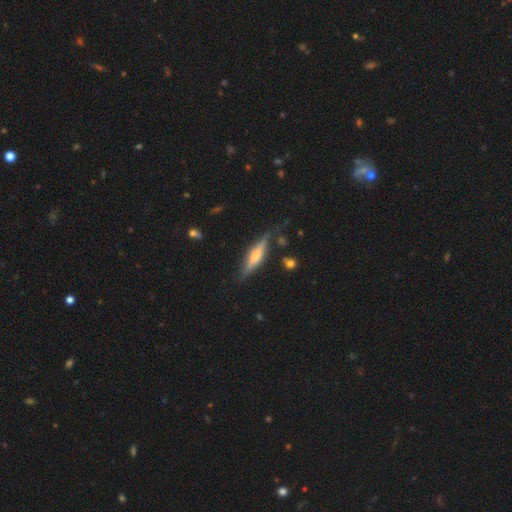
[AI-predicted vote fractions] This appears to be a featured or disk galaxy (60%) viewed edge-on (94%) with a rounded central bulge (58%). Merging: none (78%).